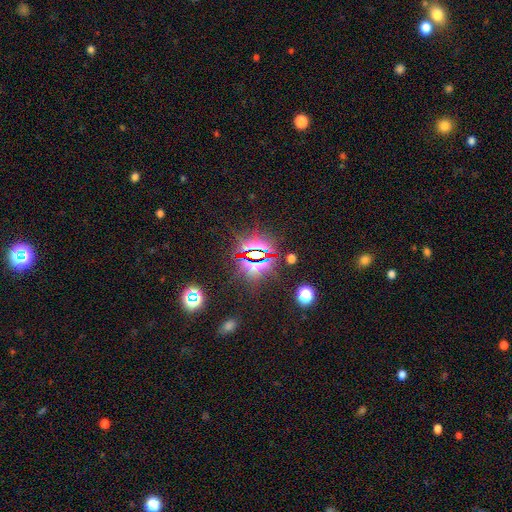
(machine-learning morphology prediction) This appears to be a star or artifact, not a galaxy (79%).